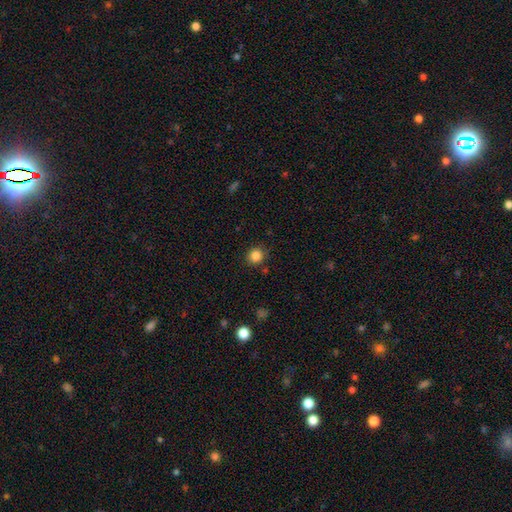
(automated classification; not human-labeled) Morphology: type=smooth (85%); roundness=round (91%); merging=none (87%).